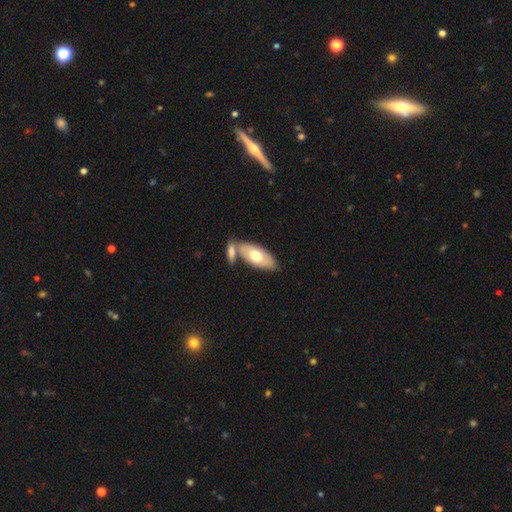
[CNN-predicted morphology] Smooth or featured?
  - smooth: 64% *
  - featured or disk: 31%
  - star or artifact: 5%
How rounded?
  - in between: 86% *
  - cigar-shaped: 11%
  - round: 3%
Merging?
  - none: 54% *
  - merger: 31%
  - minor disturbance: 12%
  - major disturbance: 3%